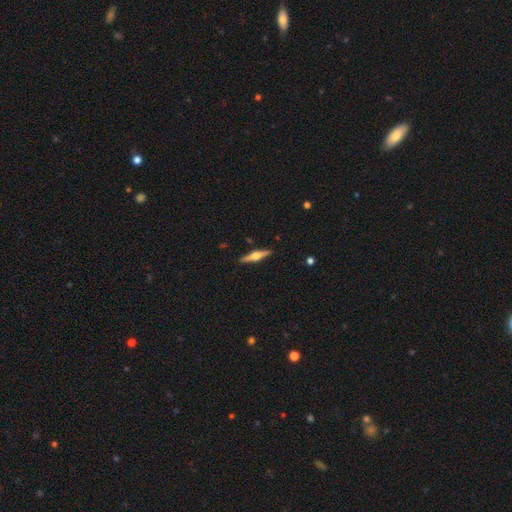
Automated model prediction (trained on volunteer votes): A featured or disk galaxy (70%) viewed edge-on (98%) with a rounded central bulge (88%). Merging: none (90%).